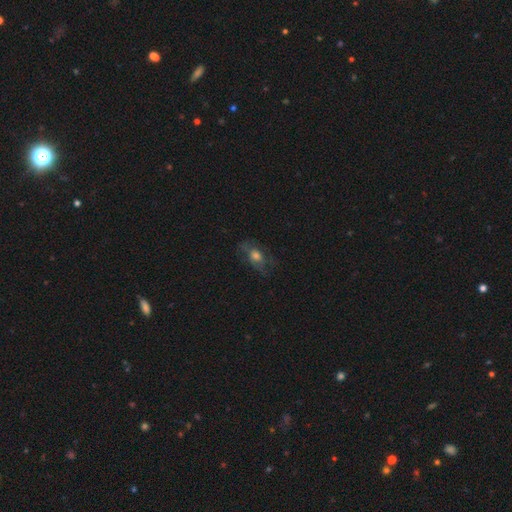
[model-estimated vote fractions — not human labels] This is marginally a smooth galaxy (45%). Merging: likely none (61%).